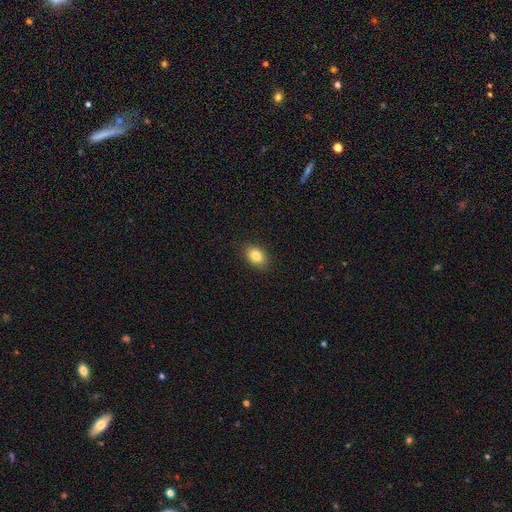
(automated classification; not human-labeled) Smooth or featured? Predicted: smooth (p=0.84). How rounded? Predicted: in between (p=0.74). Merging? Predicted: none (p=0.88).